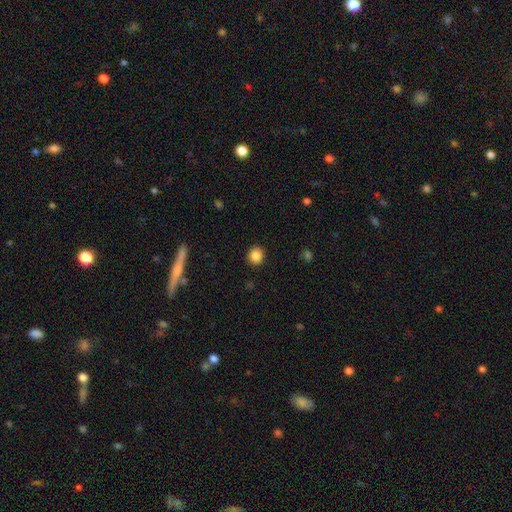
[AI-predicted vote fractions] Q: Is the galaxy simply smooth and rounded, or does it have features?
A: smooth — 86%.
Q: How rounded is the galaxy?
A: round — 83%.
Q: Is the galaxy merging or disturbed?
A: none — 91%.